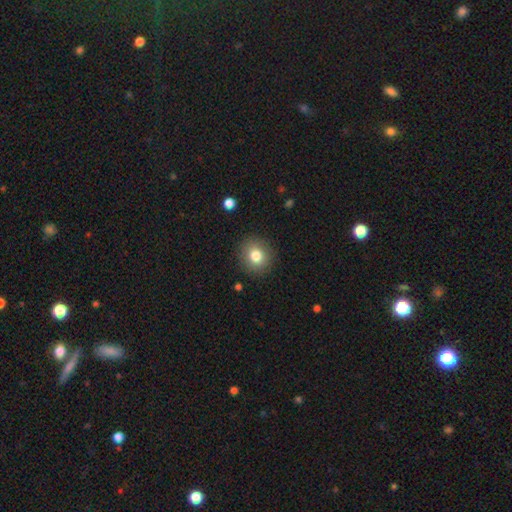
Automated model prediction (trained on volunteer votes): Smooth or featured? smooth (81%)
How rounded? round (84%)
Merging? none (89%)